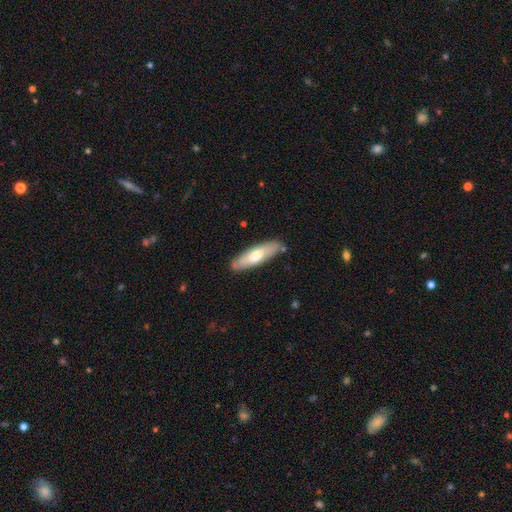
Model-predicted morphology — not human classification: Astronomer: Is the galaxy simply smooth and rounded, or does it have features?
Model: smooth — 60%.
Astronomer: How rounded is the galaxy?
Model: cigar-shaped — 61% (runner-up: in between, 37%).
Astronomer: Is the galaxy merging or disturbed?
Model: none — 84%.